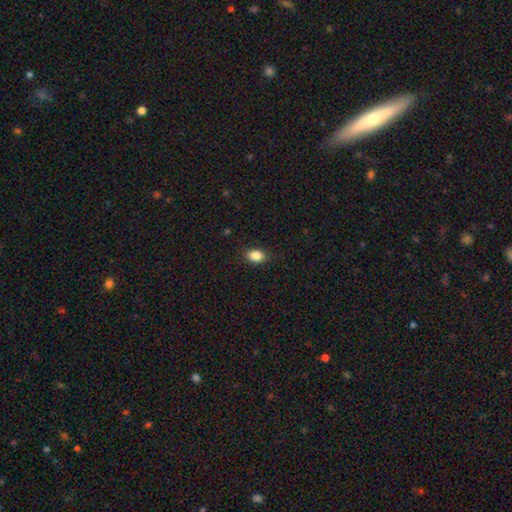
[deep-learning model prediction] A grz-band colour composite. It shows a smooth galaxy with no disk features (86%) that is in between round and cigar-shaped (80%). Merging: none (87%).